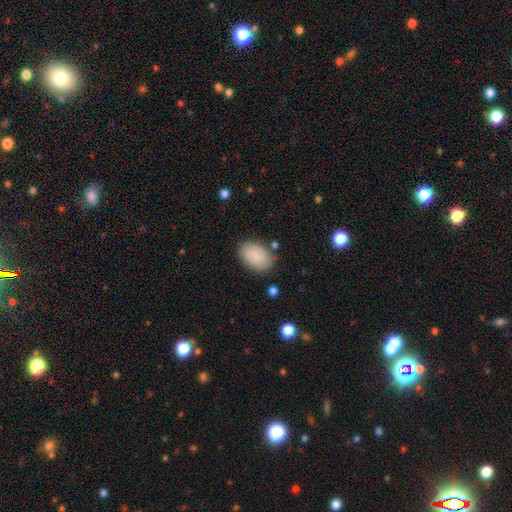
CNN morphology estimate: The model was most divided on "smooth or featured": smooth: 78%, featured or disk: 15%, star or artifact: 7%. More confident: how rounded — in between (88%); merging — none (81%).